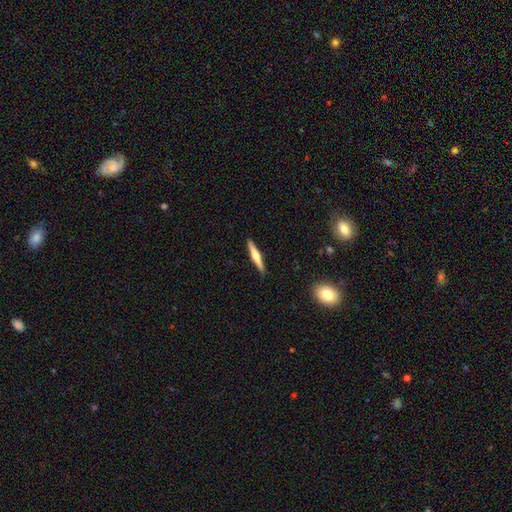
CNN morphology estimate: Q: Smooth or featured?
A: featured or disk (56%); runner-up: smooth (39%)
Q: Edge-on disk?
A: yes (97%); runner-up: no (3%)
Q: Edge-on bulge?
A: rounded (84%); runner-up: none (10%)
Q: Merging?
A: none (91%); runner-up: minor disturbance (6%)